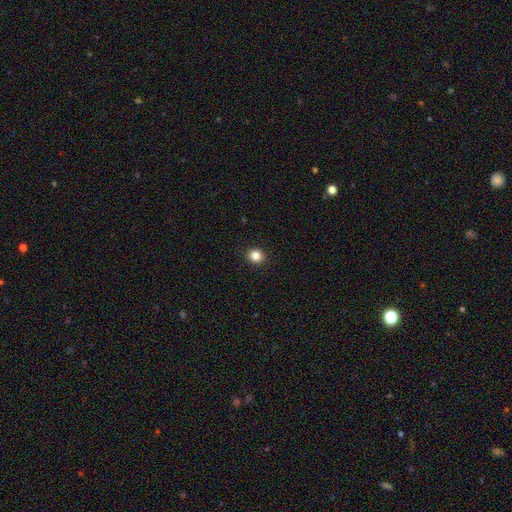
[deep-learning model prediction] Smooth or featured: smooth — 85% (star or artifact — 11%)
How rounded: round — 82% (in between — 17%)
Merging: none — 92% (minor disturbance — 5%)